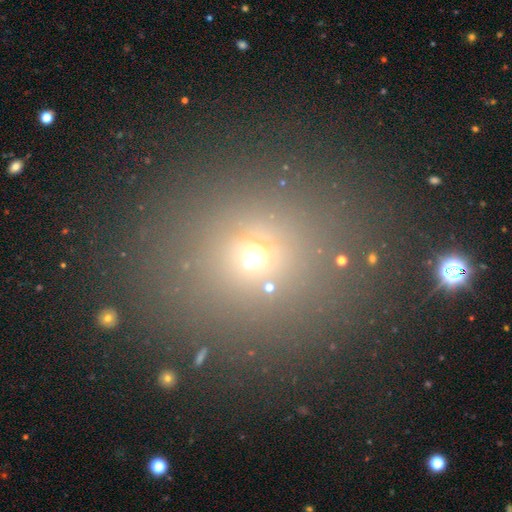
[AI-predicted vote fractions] Smooth or featured: smooth — 53% (star or artifact — 38%)
How rounded: round — 86% (in between — 13%)
Merging: none — 86% (minor disturbance — 7%)